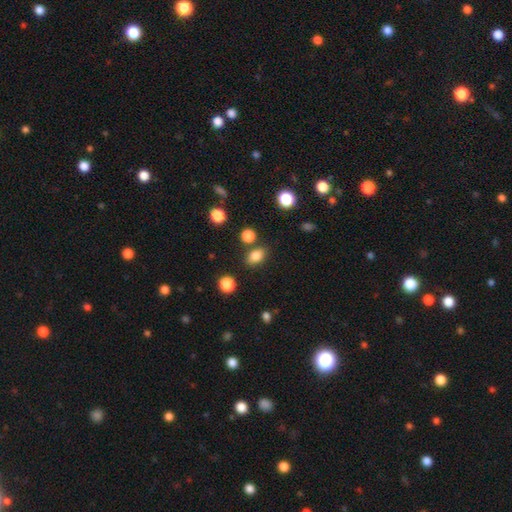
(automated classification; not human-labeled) Q: Smooth or featured?
A: smooth (83%); runner-up: star or artifact (11%)
Q: How rounded?
A: in between (74%); runner-up: round (25%)
Q: Merging?
A: none (76%); runner-up: minor disturbance (12%)